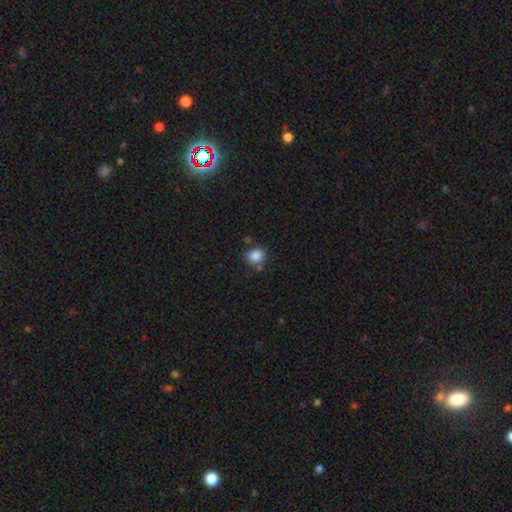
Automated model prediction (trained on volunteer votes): Smooth or featured? smooth (85%)
How rounded? round (74%)
Merging? none (72%)